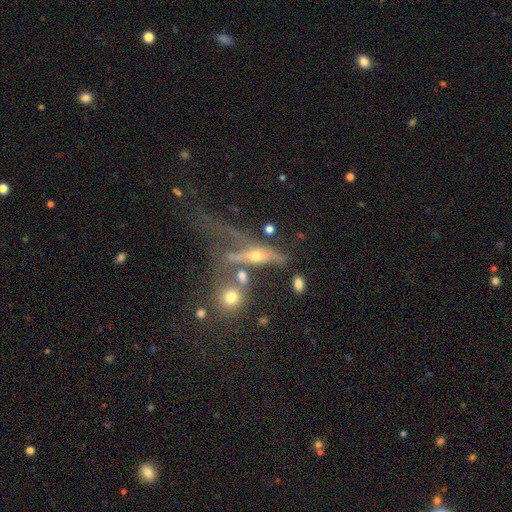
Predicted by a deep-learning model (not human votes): Smooth or featured: featured or disk — 50% (smooth — 36%)
Edge-on disk: no — 55% (yes — 45%)
Merging: merger — 37% (major disturbance — 31%)